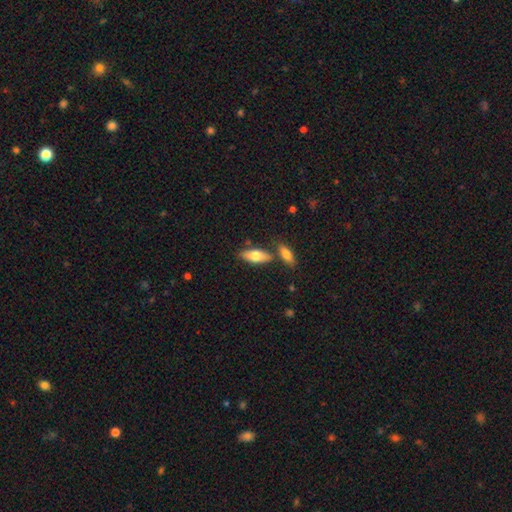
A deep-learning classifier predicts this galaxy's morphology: smooth_or_featured: smooth (p=0.71) [alt: featured or disk p=0.23]
how_rounded: in between (p=0.75) [alt: cigar-shaped p=0.23]
merging: none (p=0.67) [alt: merger p=0.18]